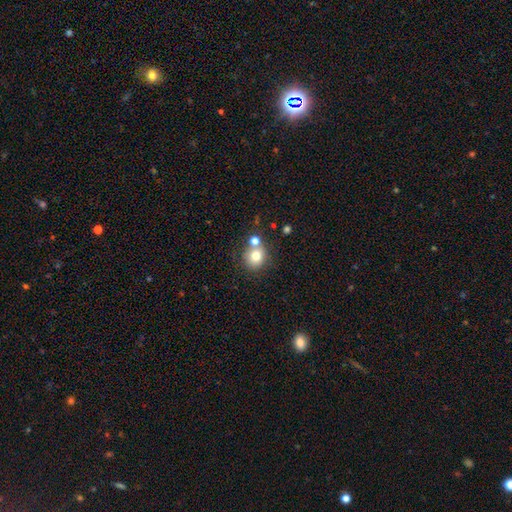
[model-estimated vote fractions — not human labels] This is likely a smooth galaxy (77%). How rounded: clearly round (82%). Merging: likely none (63%).